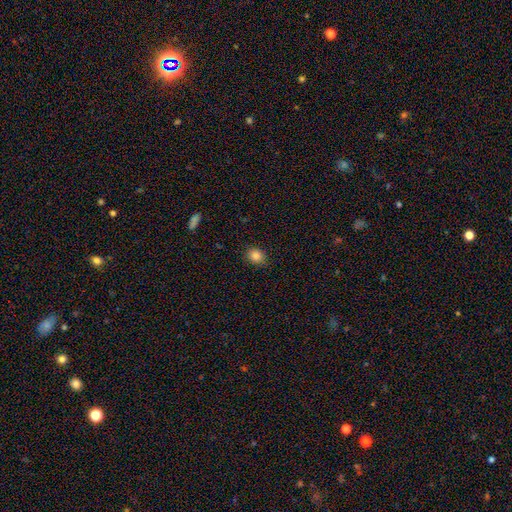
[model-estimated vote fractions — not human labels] Q: Smooth or featured?
A: smooth (84%); runner-up: star or artifact (11%)
Q: How rounded?
A: round (61%); runner-up: in between (39%)
Q: Merging?
A: none (89%); runner-up: minor disturbance (8%)